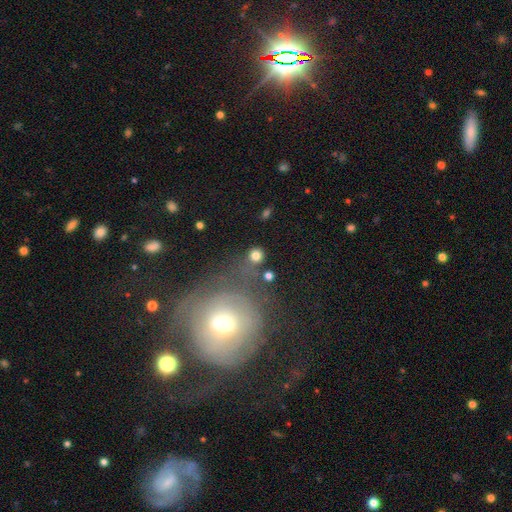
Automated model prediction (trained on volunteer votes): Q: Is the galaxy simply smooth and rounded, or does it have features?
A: smooth — 77%.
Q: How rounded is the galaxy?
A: round — 88%.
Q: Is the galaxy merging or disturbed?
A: none — 74%.